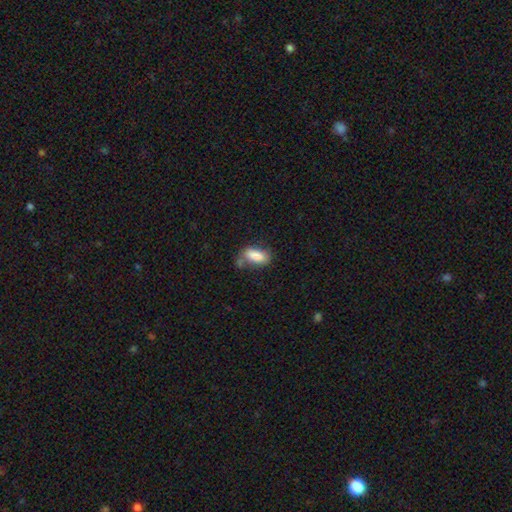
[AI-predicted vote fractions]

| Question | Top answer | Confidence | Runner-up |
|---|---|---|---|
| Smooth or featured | smooth | 79% | featured or disk (14%) |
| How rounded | in between | 88% | cigar-shaped (9%) |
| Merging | none | 47% | minor disturbance (25%) |